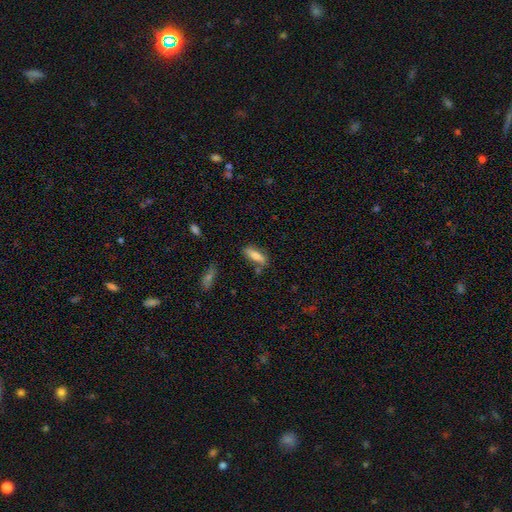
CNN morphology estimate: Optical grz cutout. It shows a smooth galaxy with no disk features (71%) that is in between round and cigar-shaped (55%). Merging: none (72%).